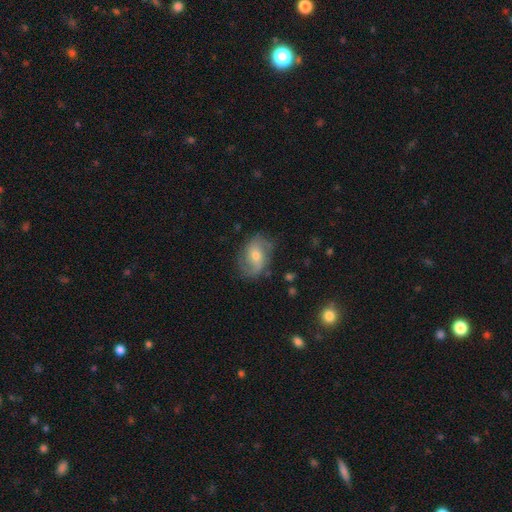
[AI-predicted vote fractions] Overall: featured or disk (66%; smooth 26%). Edge-on disk: no (96%). Bar: no (51%; weak 38%). Spiral arms: yes (87%). Spiral arm count: 2 (78%). Spiral winding: medium (41%; loose 39%). Bulge size: moderate (56%; small 38%). Merging: none (69%).